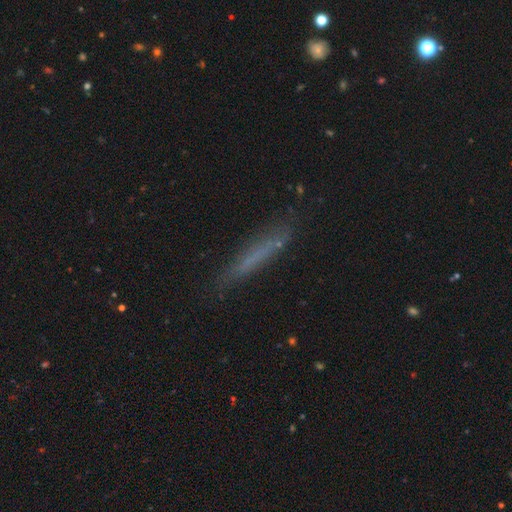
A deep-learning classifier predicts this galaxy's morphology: Smooth or featured?
  - smooth: 56% *
  - featured or disk: 33%
  - star or artifact: 11%
How rounded?
  - cigar-shaped: 92% *
  - in between: 6%
  - round: 1%
Merging?
  - none: 76% *
  - minor disturbance: 17%
  - major disturbance: 5%
  - merger: 2%